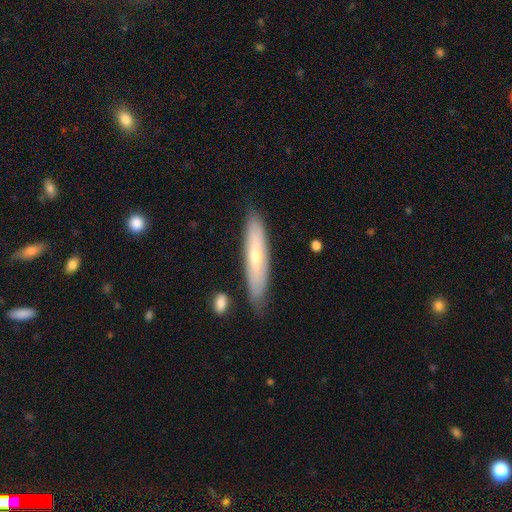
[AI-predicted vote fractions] smooth-or-featured: smooth: 49% | featured or disk: 45% | star or artifact: 6%
  merging: none: 81% | minor disturbance: 14% | major disturbance: 3% | merger: 2%